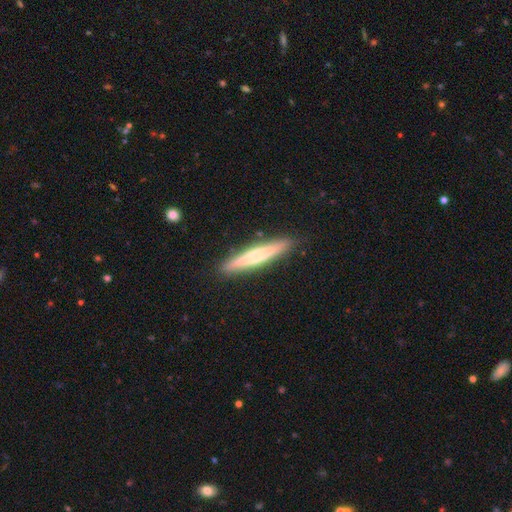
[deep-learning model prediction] smooth 54%, featured or disk 40%, star or artifact 6%. Down the decision tree: how rounded — cigar-shaped (93%); merging — none (89%).